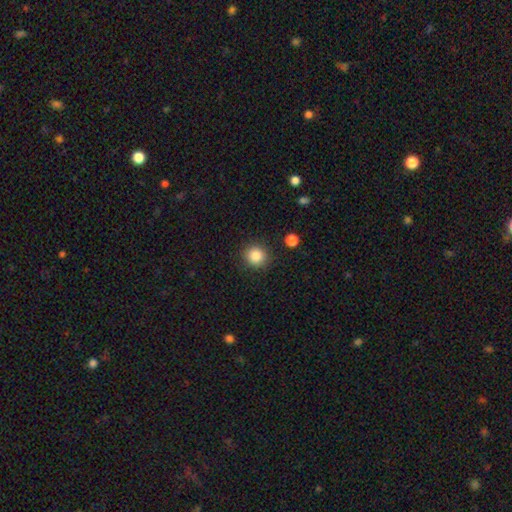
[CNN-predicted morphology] A smooth galaxy with no disk features (85%) that is round (91%). Merging: none (89%).